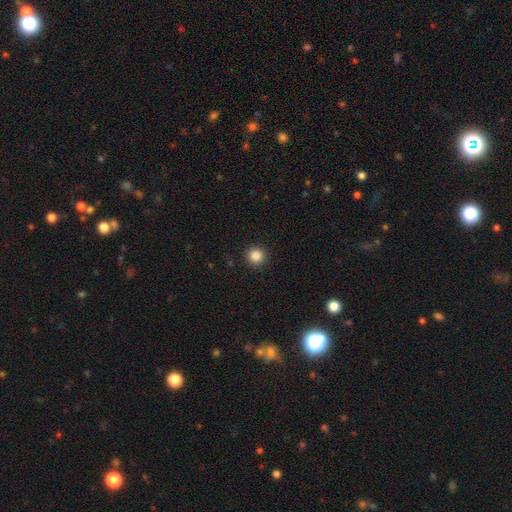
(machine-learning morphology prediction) smooth 86%, star or artifact 11%, featured or disk 4%. Down the decision tree: how rounded — round (95%); merging — none (93%).